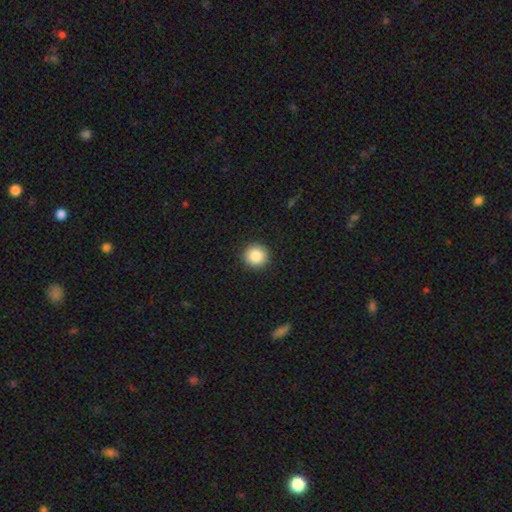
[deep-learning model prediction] A smooth galaxy with no disk features (87%) that is round (94%). Merging: none (92%).